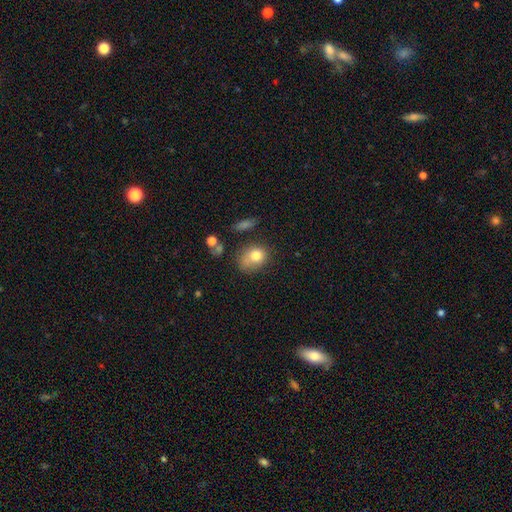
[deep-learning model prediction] Overall: smooth (78%). How rounded: in between (51%; round 48%). Merging: none (45%; minor disturbance 30%).